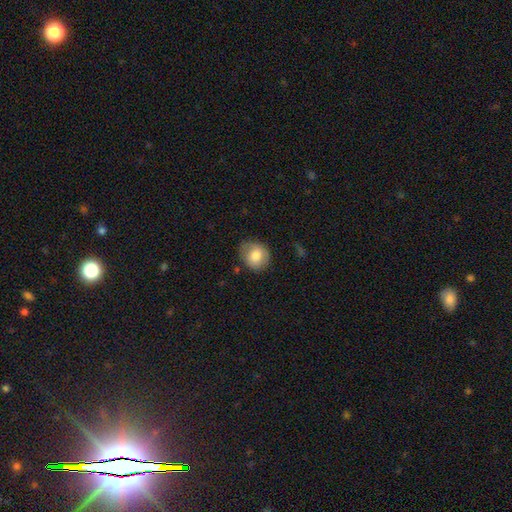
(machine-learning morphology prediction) Overall: smooth (77%). How rounded: round (74%). Merging: none (70%).